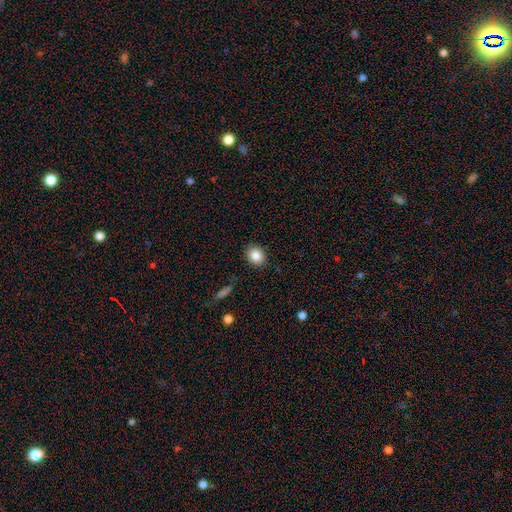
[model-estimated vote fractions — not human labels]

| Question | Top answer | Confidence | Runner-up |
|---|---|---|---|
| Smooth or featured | smooth | 85% | star or artifact (9%) |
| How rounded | round | 52% | in between (47%) |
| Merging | none | 88% | minor disturbance (8%) |